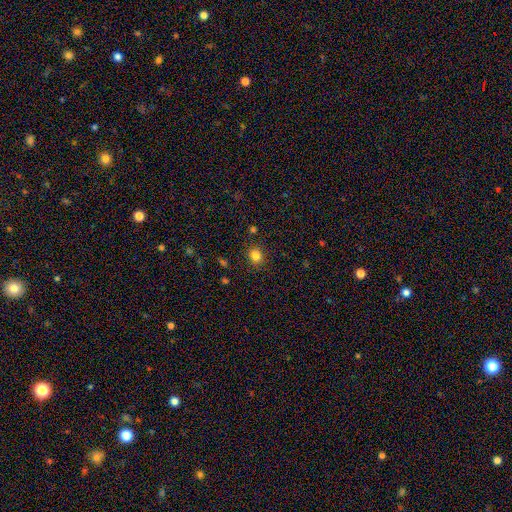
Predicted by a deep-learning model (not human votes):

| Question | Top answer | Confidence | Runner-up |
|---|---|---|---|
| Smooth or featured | smooth | 83% | star or artifact (12%) |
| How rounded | round | 76% | in between (23%) |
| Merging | none | 88% | minor disturbance (7%) |